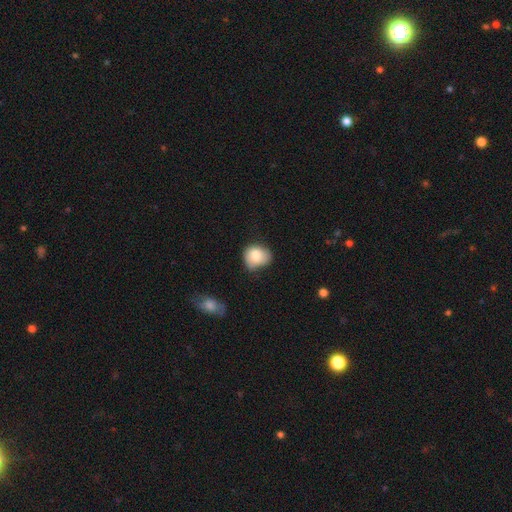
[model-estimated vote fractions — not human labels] smooth_or_featured: smooth (p=0.79) [alt: featured or disk p=0.13]
how_rounded: round (p=0.63) [alt: in between p=0.36]
merging: none (p=0.45) [alt: minor disturbance p=0.39]